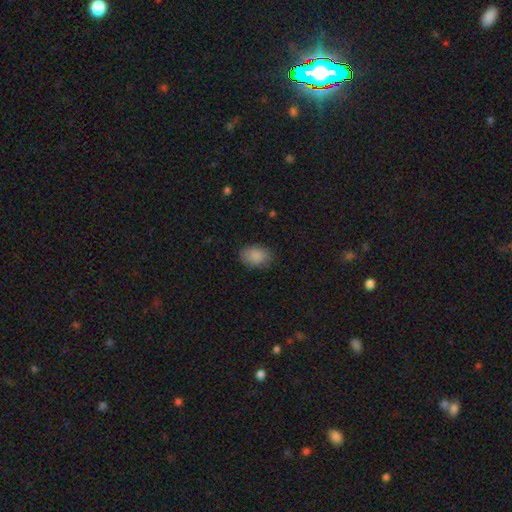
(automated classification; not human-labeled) Smooth or featured? Predicted: smooth (p=0.88). How rounded? Predicted: in between (p=0.81). Merging? Predicted: none (p=0.82).